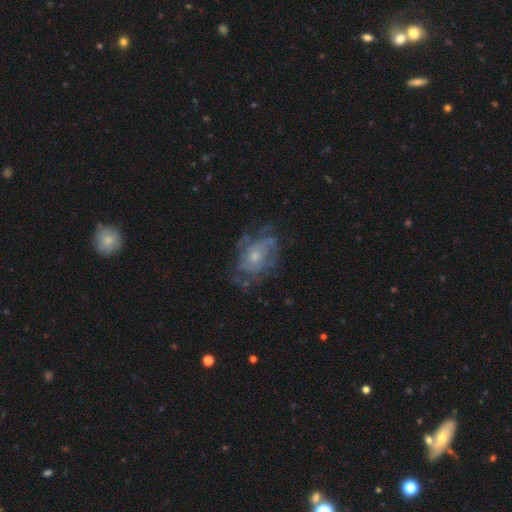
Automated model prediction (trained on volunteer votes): The model was most divided on "bulge size": small: 61%, moderate: 33%, none: 3%, large: 2%, dominant: 1%. More confident: edge-on disk — no (96%); bar — no (80%); smooth or featured — featured or disk (69%); spiral arms — yes (67%); merging — none (56%).